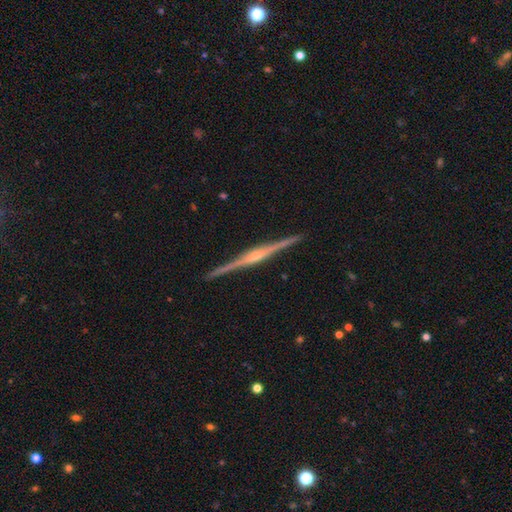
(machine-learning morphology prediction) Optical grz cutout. It shows a featured or disk galaxy (89%) viewed edge-on (99%) with a rounded central bulge (73%). Merging: none (93%).